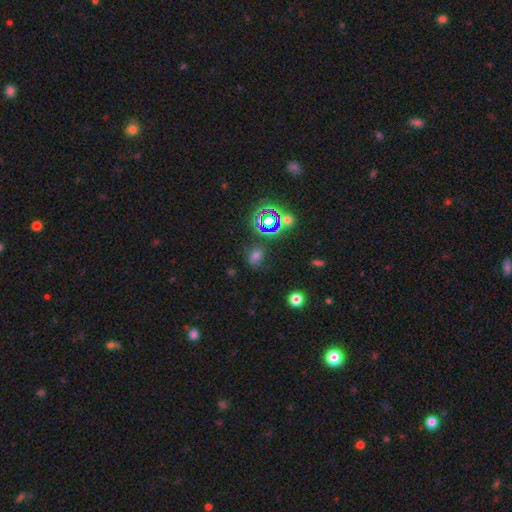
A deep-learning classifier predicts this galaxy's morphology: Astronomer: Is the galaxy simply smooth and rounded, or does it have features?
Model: smooth — 54% (runner-up: star or artifact, 35%).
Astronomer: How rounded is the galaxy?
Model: in between — 51% (runner-up: round, 47%).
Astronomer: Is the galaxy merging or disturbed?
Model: none — 68%.